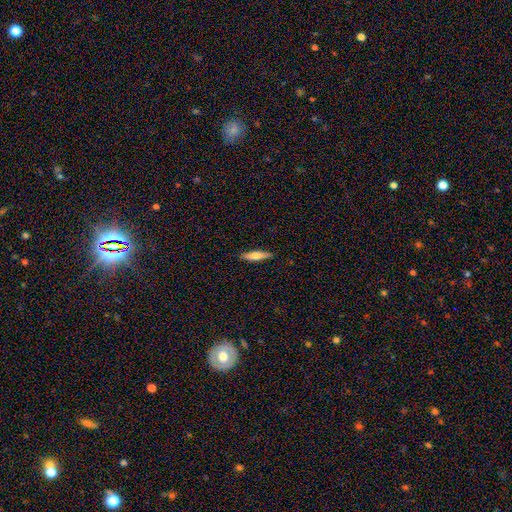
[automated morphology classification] smooth-or-featured: smooth: 58% | featured or disk: 36% | star or artifact: 6%
  how-rounded: cigar-shaped: 78% | in between: 20% | round: 2%
  merging: none: 89% | minor disturbance: 8% | major disturbance: 2% | merger: 1%